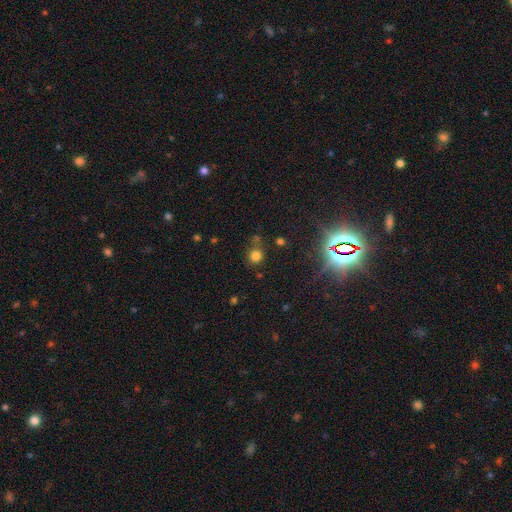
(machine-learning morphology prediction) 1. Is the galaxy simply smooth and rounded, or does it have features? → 74% smooth, 20% star or artifact, 6% featured or disk.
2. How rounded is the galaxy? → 87% round, 12% in between, 1% cigar-shaped.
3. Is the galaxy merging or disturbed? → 71% none, 13% minor disturbance, 11% merger, 5% major disturbance.